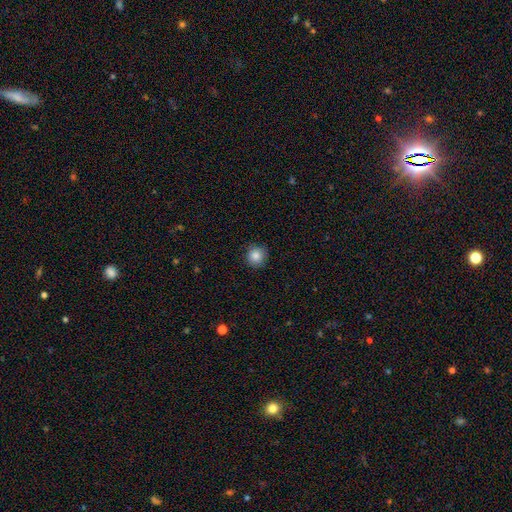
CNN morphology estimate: Smooth or featured? Predicted: smooth (p=0.86). How rounded? Predicted: round (p=0.92). Merging? Predicted: none (p=0.89).